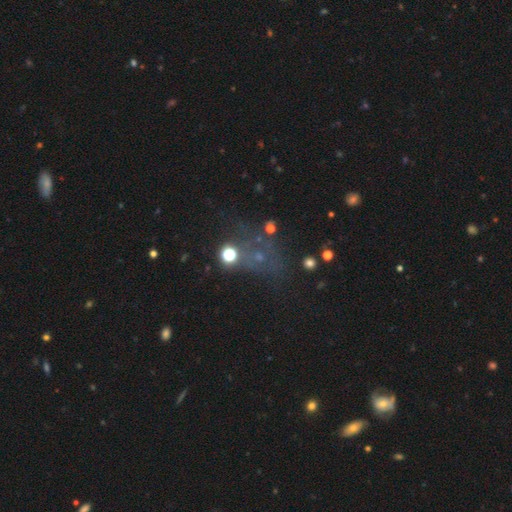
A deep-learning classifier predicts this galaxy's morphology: Q: Smooth or featured?
A: star or artifact (53%); runner-up: smooth (32%)